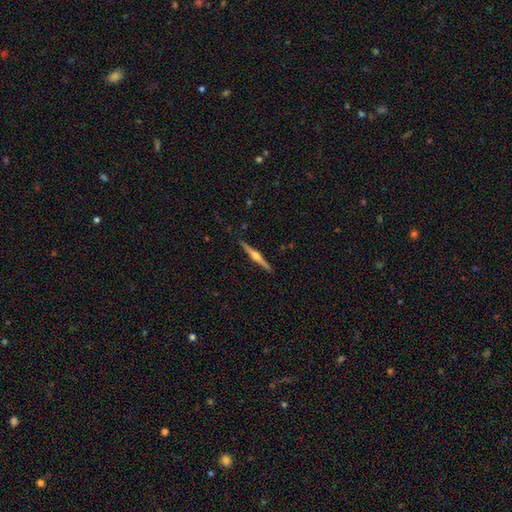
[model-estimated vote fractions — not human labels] A featured or disk galaxy (79%) viewed edge-on (99%) with a rounded central bulge (94%). Merging: none (91%).